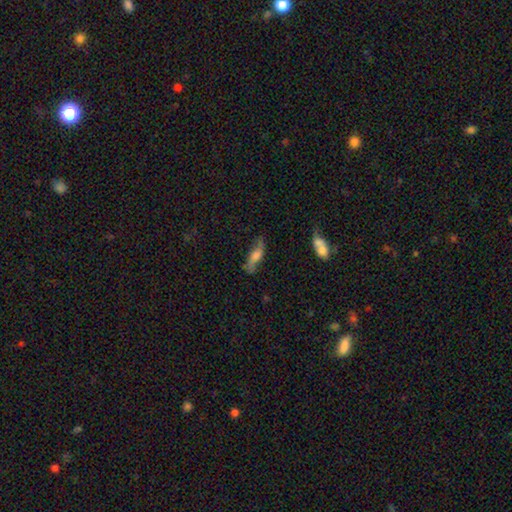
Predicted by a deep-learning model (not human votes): Smooth or featured? Predicted: featured or disk (p=0.48). Merging? Predicted: none (p=0.64).